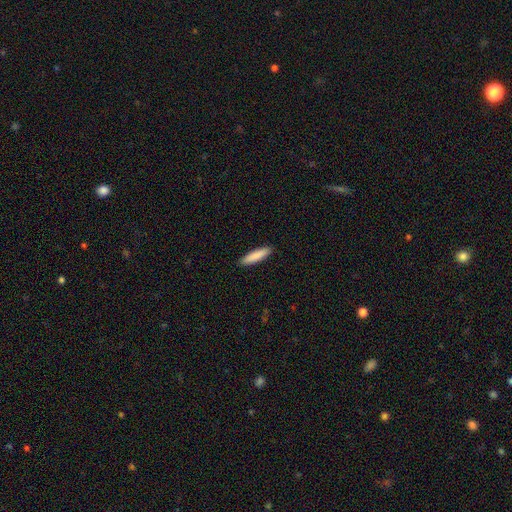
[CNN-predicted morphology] smooth-or-featured: smooth: 87% | featured or disk: 8% | star or artifact: 5%
  how-rounded: cigar-shaped: 80% | in between: 19% | round: 1%
  merging: none: 91% | minor disturbance: 7% | major disturbance: 1% | merger: 1%